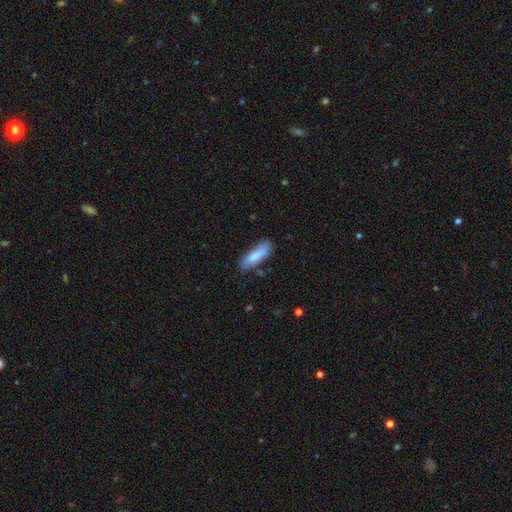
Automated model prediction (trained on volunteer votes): Smooth or featured? Predicted: smooth (p=0.82). How rounded? Predicted: cigar-shaped (p=0.51). Merging? Predicted: none (p=0.71).